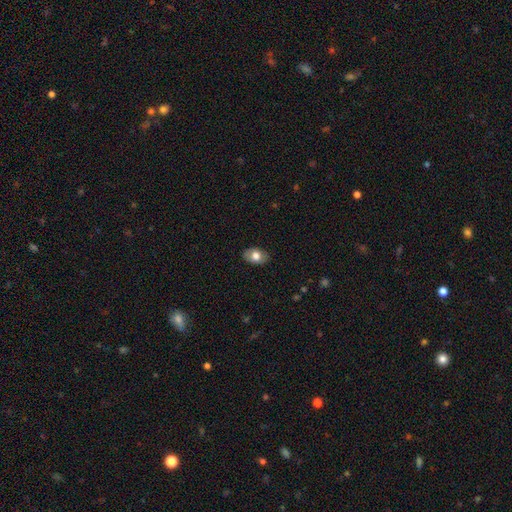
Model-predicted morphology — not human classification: Smooth or featured?
  - smooth: 72% *
  - featured or disk: 20%
  - star or artifact: 7%
How rounded?
  - in between: 85% *
  - round: 13%
  - cigar-shaped: 1%
Merging?
  - none: 84% *
  - minor disturbance: 12%
  - major disturbance: 3%
  - merger: 1%